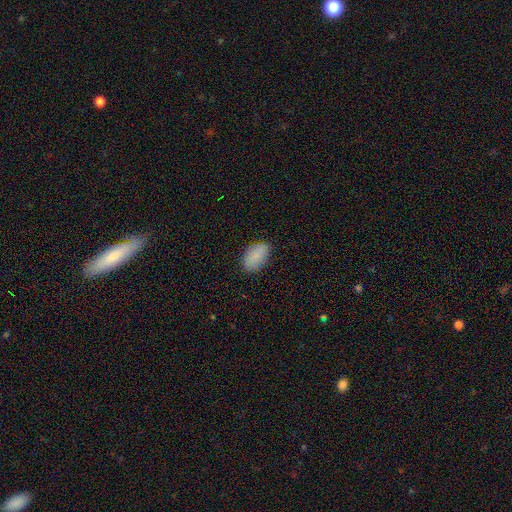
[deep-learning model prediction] A smooth galaxy with no disk features (87%) that is in between round and cigar-shaped (93%).

Vote fractions:
- Smooth or featured? smooth: 87% / star or artifact: 7% / featured or disk: 6%
- How rounded? in between: 93% / round: 5% / cigar-shaped: 2%
- Merging? none: 82% / minor disturbance: 14% / major disturbance: 3% / merger: 1%